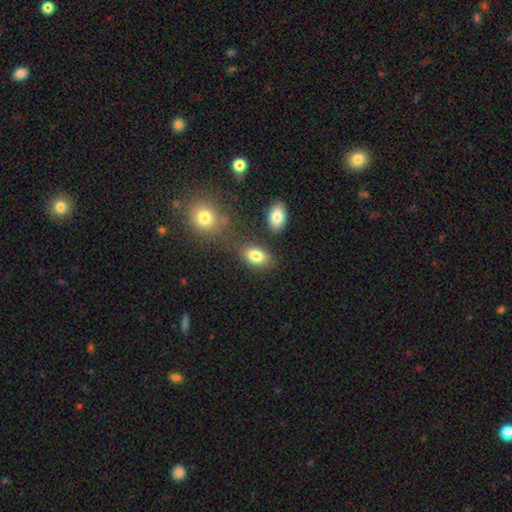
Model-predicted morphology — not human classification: This appears to be a smooth galaxy with no disk features (83%) that is in between round and cigar-shaped (86%). Merging: none (71%).